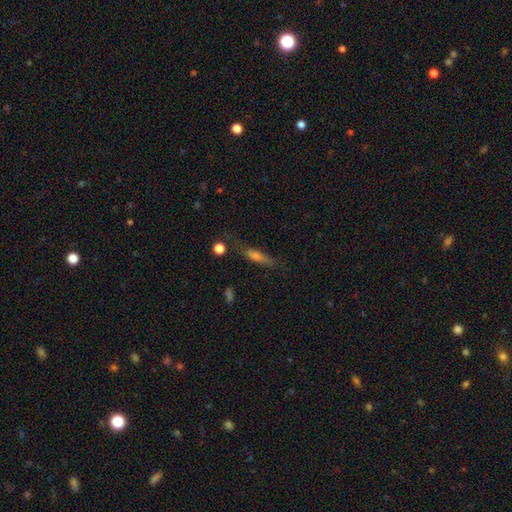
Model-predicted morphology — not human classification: Smooth or featured?
  - smooth: 51% *
  - featured or disk: 36%
  - star or artifact: 13%
How rounded?
  - cigar-shaped: 78% *
  - in between: 18%
  - round: 4%
Merging?
  - none: 70% *
  - minor disturbance: 19%
  - major disturbance: 7%
  - merger: 4%